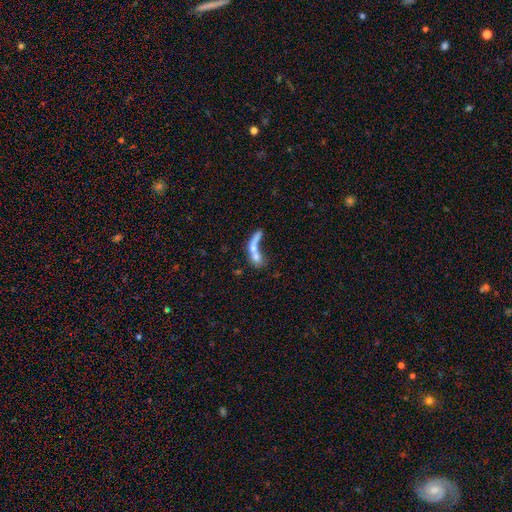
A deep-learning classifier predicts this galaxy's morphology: smooth_or_featured: smooth (p=0.52) [alt: featured or disk p=0.36]
how_rounded: in between (p=0.43) [alt: cigar-shaped p=0.36]
merging: merger (p=0.59) [alt: none p=0.19]